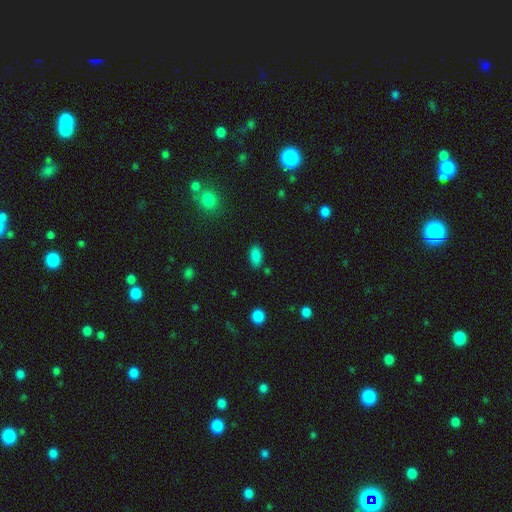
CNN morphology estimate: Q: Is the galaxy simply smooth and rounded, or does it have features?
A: smooth — 86%.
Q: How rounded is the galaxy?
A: in between — 92%.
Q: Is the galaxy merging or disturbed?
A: none — 84%.